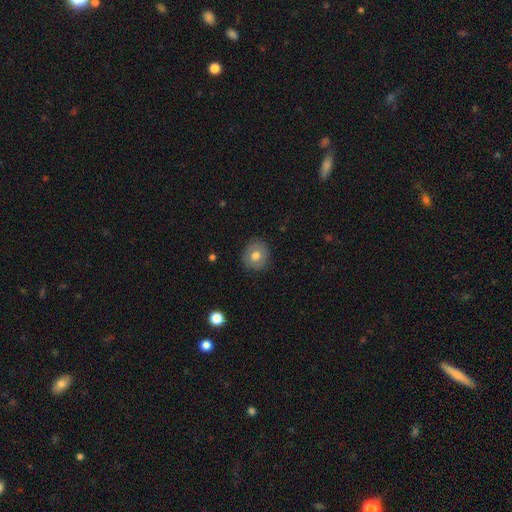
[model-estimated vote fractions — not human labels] smooth_or_featured: smooth (p=0.71) [alt: featured or disk p=0.21]
how_rounded: round (p=0.80) [alt: in between p=0.19]
merging: none (p=0.87) [alt: minor disturbance p=0.09]